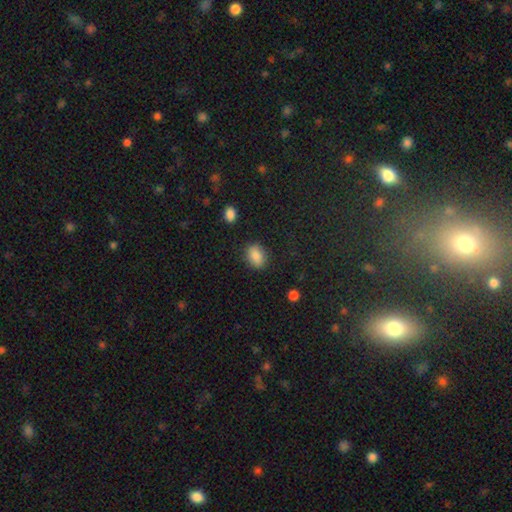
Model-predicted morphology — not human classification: This is clearly a smooth galaxy (86%). How rounded: likely in between (71%). Merging: clearly none (85%).